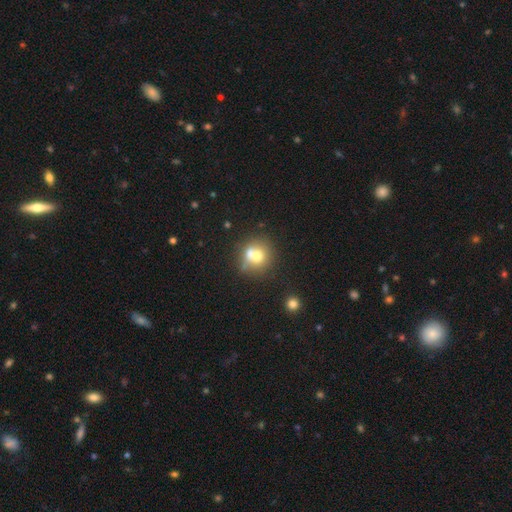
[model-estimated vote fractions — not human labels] This is likely a smooth galaxy (66%). How rounded: clearly round (88%). Merging: possibly none (49%).